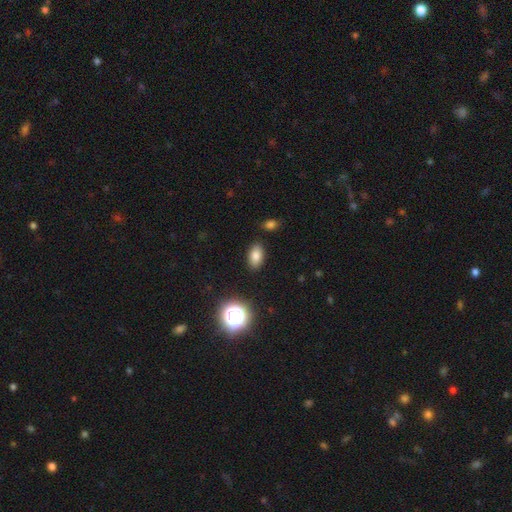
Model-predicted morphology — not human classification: smooth-or-featured: smooth: 80% | star or artifact: 12% | featured or disk: 8%
  how-rounded: in between: 89% | round: 9% | cigar-shaped: 2%
  merging: none: 87% | minor disturbance: 9% | major disturbance: 3% | merger: 2%